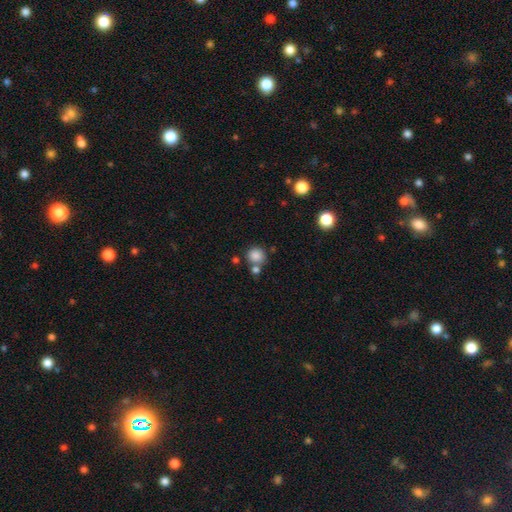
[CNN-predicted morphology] smooth_or_featured: smooth (p=0.84) [alt: star or artifact p=0.10]
how_rounded: round (p=0.89) [alt: in between p=0.10]
merging: none (p=0.65) [alt: merger p=0.21]